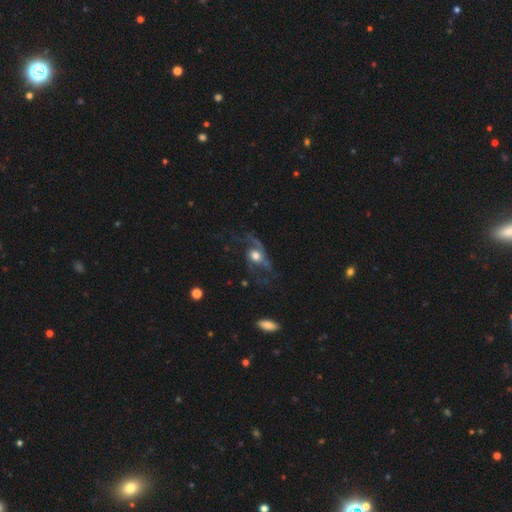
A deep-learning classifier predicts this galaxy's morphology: The model was most divided on "merging": major disturbance: 43%, none: 36%, minor disturbance: 18%, merger: 3%. More confident: edge-on disk — no (92%); spiral arms — yes (77%); bar — no (73%); smooth or featured — featured or disk (67%); bulge size — moderate (54%).